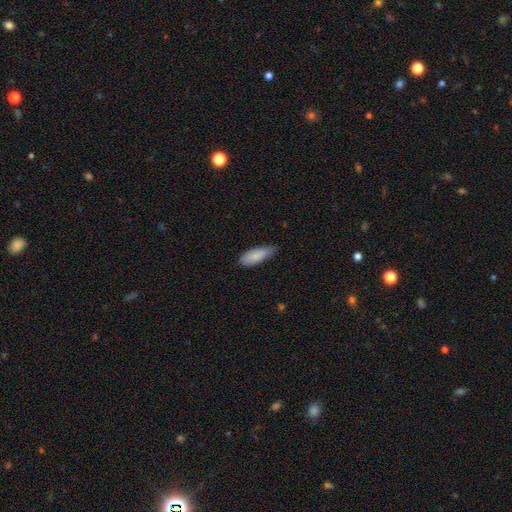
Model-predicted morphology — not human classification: smooth 84%, featured or disk 10%, star or artifact 6%. Down the decision tree: how rounded — in between (74%); merging — none (66%).